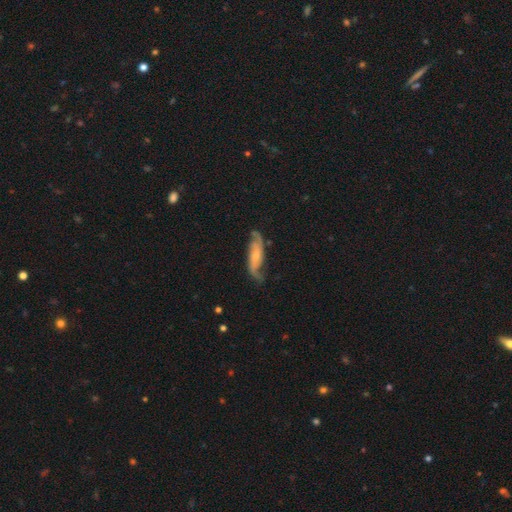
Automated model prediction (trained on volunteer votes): smooth-or-featured: featured or disk: 80% | smooth: 15% | star or artifact: 5%
  disk-edge-on: no: 87% | yes: 13%
    bar: no: 56% | weak: 32% | strong: 12%
    has-spiral-arms: yes: 95% | no: 5%
      spiral-winding: loose: 51% | medium: 35% | tight: 14%
      spiral-arm-count: 2: 86% | can't tell: 5% | 3: 4% | 1: 2% | 4: 1% | more than 4: 1%
    bulge-size: small: 58% | moderate: 30% | none: 8% | large: 3% | dominant: 1%
  merging: none: 70% | minor disturbance: 20% | major disturbance: 8% | merger: 2%